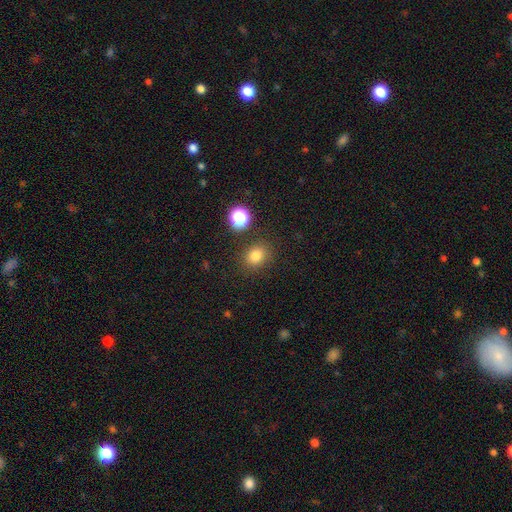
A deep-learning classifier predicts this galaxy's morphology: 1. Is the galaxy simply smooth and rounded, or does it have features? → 79% smooth, 15% star or artifact, 6% featured or disk.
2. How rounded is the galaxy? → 62% round, 37% in between, 1% cigar-shaped.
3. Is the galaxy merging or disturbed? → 84% none, 9% minor disturbance, 4% merger, 3% major disturbance.